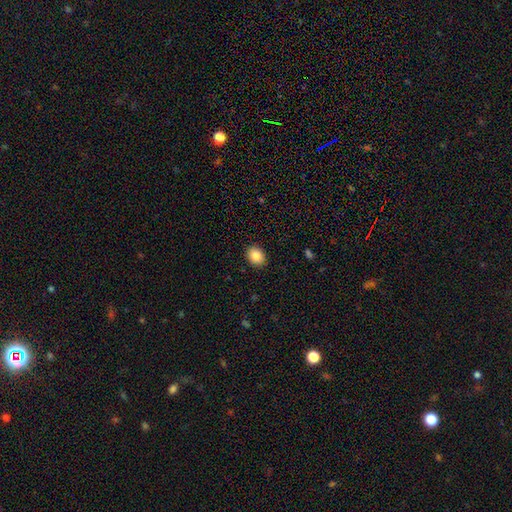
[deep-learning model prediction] Smooth or featured? smooth (85%)
How rounded? in between (55%)
Merging? none (90%)